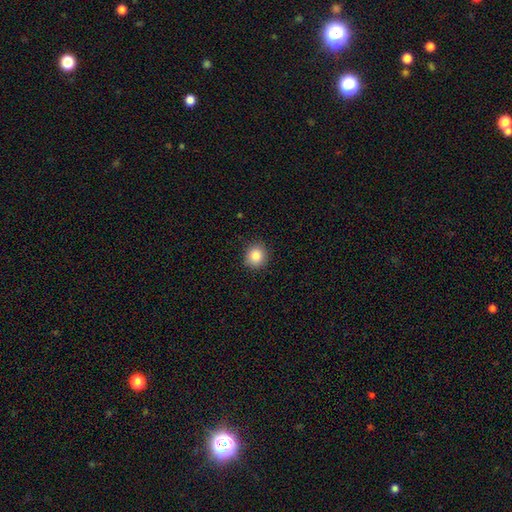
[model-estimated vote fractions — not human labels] Smooth or featured?
  - smooth: 86% *
  - star or artifact: 10%
  - featured or disk: 5%
How rounded?
  - round: 87% *
  - in between: 12%
  - cigar-shaped: 1%
Merging?
  - none: 90% *
  - minor disturbance: 7%
  - major disturbance: 2%
  - merger: 1%